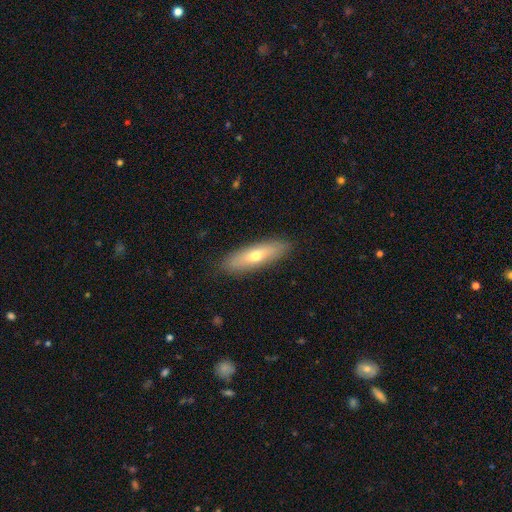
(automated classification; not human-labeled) A smooth galaxy with no disk features (57%) that is cigar-shaped (62%). Merging: none (89%).